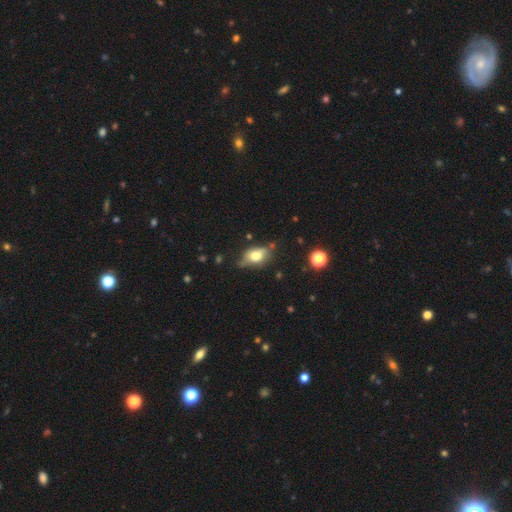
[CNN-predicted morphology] Smooth or featured?
  - smooth: 59% *
  - featured or disk: 32%
  - star or artifact: 9%
How rounded?
  - in between: 82% *
  - round: 12%
  - cigar-shaped: 6%
Merging?
  - none: 61% *
  - minor disturbance: 27%
  - major disturbance: 7%
  - merger: 5%